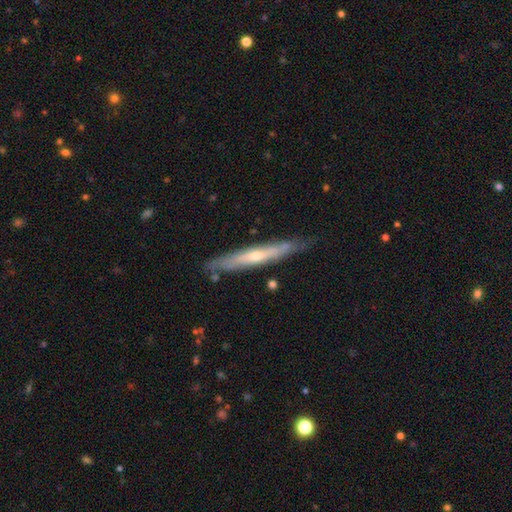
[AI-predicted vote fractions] A featured or disk galaxy (65%) viewed edge-on (84%) with a rounded central bulge (63%). Merging: none (77%).